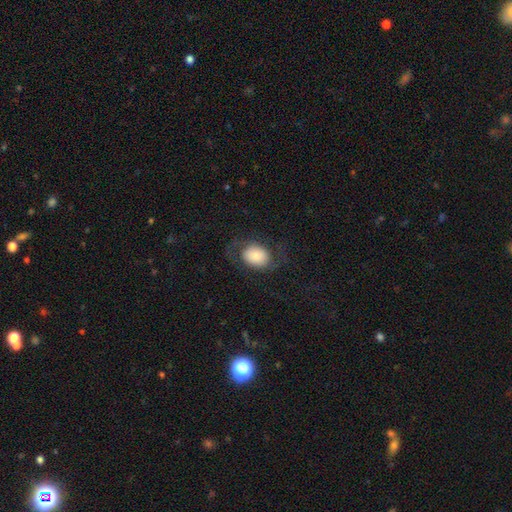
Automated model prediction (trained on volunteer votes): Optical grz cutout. It shows a smooth galaxy with no disk features (60%) that is in between round and cigar-shaped (58%). Merging: none (64%).